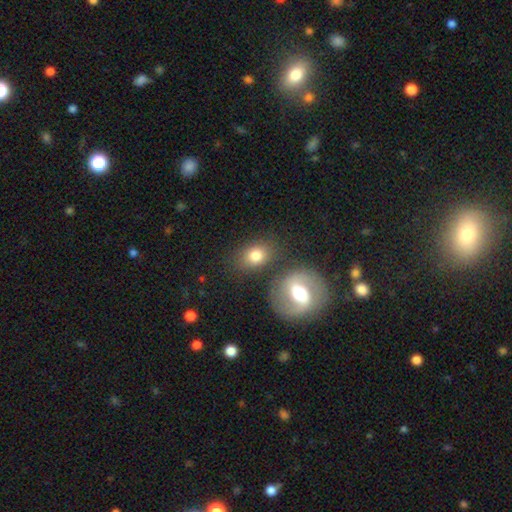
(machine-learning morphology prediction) A smooth galaxy with no disk features (75%) that is in between round and cigar-shaped (58%).

Vote fractions:
- Smooth or featured? smooth: 75% / featured or disk: 16% / star or artifact: 9%
- How rounded? in between: 58% / round: 40% / cigar-shaped: 1%
- Merging? none: 68% / merger: 15% / minor disturbance: 13% / major disturbance: 4%